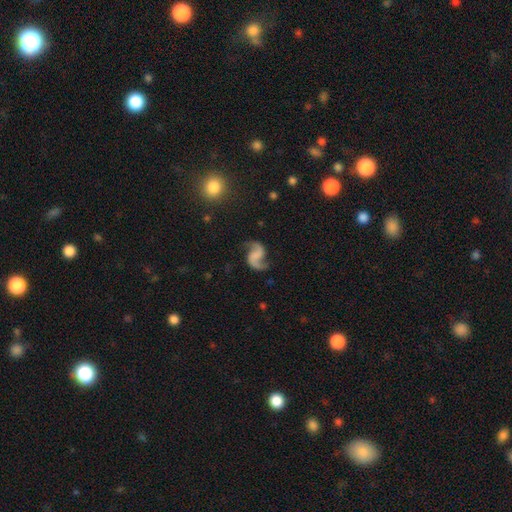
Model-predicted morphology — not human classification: A featured or disk galaxy (89%) with no bar (48%), 2 (94%) loose (68%) spiral arms (97%) and no central bulge (69%).

Vote fractions:
- Smooth or featured? featured or disk: 89% / smooth: 6% / star or artifact: 5%
- Edge-on disk? no: 98% / yes: 2%
- Bar? no: 48% / weak: 37% / strong: 15%
- Spiral arms? yes: 97% / no: 3%
- Spiral winding? loose: 68% / medium: 27% / tight: 5%
- Spiral arm count? 2: 94% / 1: 2% / can't tell: 1% / 3: 1% / 4: 1% / more than 4: 1%
- Bulge size? none: 69% / small: 13% / moderate: 9% / large: 6% / dominant: 2%
- Merging? none: 78% / minor disturbance: 13% / major disturbance: 7% / merger: 2%